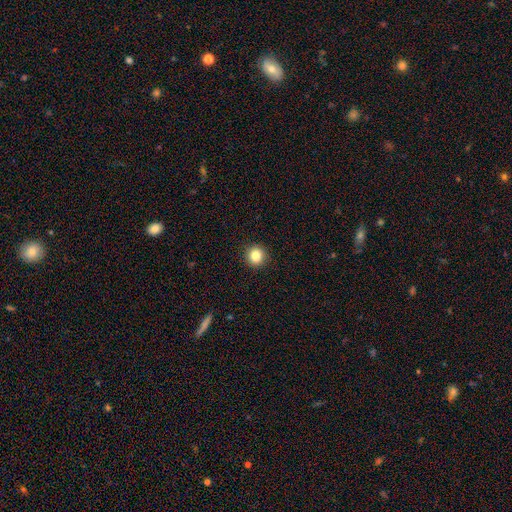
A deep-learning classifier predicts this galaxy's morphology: smooth-or-featured: smooth: 84% | star or artifact: 10% | featured or disk: 5%
  how-rounded: round: 92% | in between: 8% | cigar-shaped: 1%
  merging: none: 92% | minor disturbance: 5% | major disturbance: 2% | merger: 1%